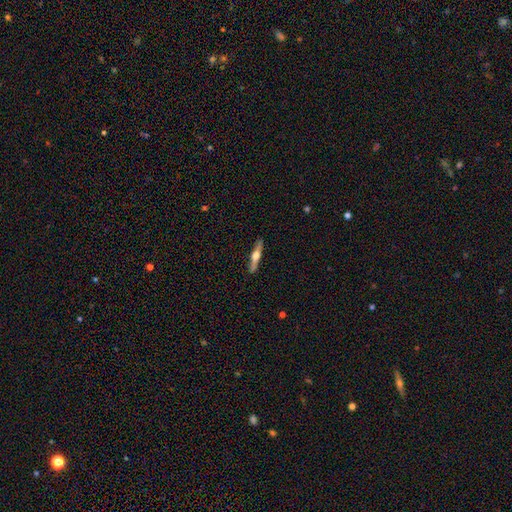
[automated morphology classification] type=featured or disk (64%); edge-on=yes (97%); edge-on bulge=rounded (90%); merging=none (90%).